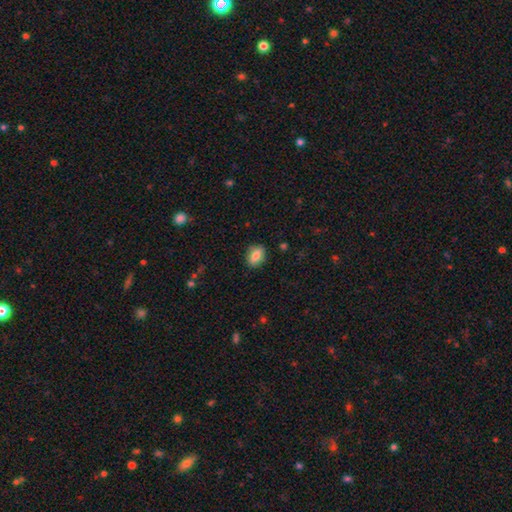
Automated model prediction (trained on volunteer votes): This is clearly a smooth galaxy (82%). How rounded: likely in between (75%). Merging: clearly none (86%).